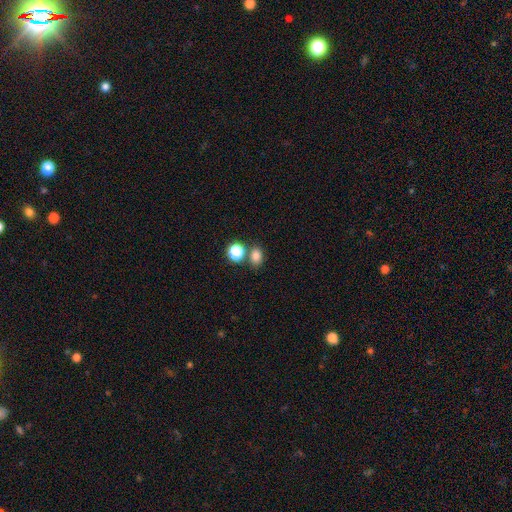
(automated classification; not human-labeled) Smooth or featured: smooth — 79% (star or artifact — 15%)
How rounded: in between — 53% (round — 46%)
Merging: none — 67% (merger — 20%)